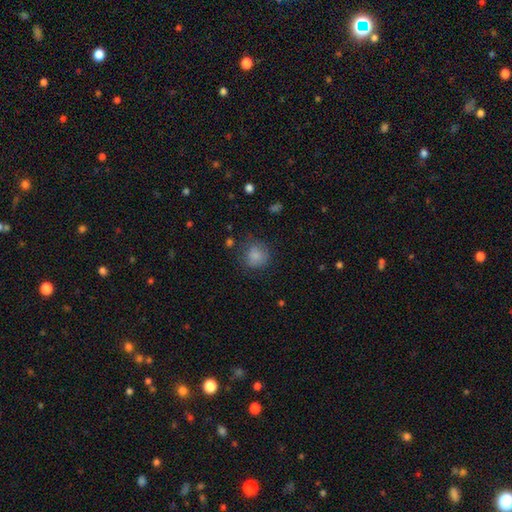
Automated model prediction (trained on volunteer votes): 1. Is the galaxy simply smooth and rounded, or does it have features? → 83% smooth, 10% star or artifact, 7% featured or disk.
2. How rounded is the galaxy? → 84% round, 15% in between, 1% cigar-shaped.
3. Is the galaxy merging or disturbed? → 70% none, 20% minor disturbance, 8% major disturbance, 2% merger.